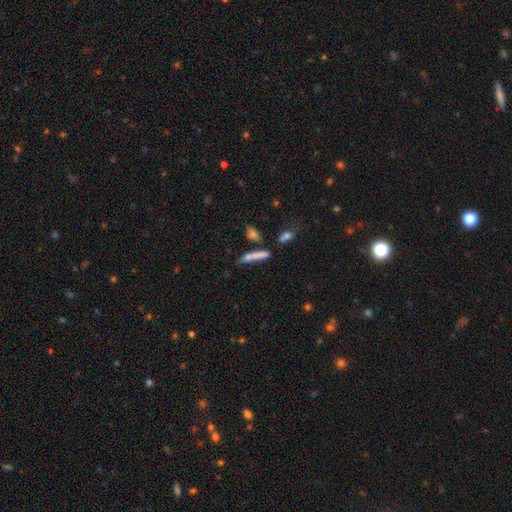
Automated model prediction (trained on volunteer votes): smooth-or-featured: smooth: 72% | featured or disk: 19% | star or artifact: 9%
  how-rounded: cigar-shaped: 80% | in between: 18% | round: 3%
  merging: none: 54% | merger: 20% | minor disturbance: 19% | major disturbance: 8%